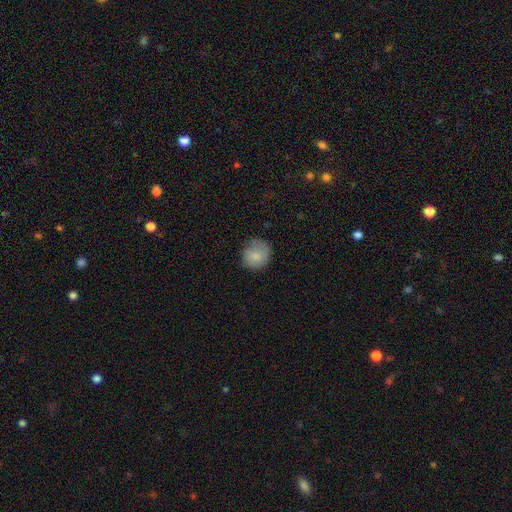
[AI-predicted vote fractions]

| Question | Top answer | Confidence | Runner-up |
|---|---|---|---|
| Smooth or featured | smooth | 82% | featured or disk (11%) |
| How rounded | round | 89% | in between (10%) |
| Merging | none | 69% | minor disturbance (23%) |